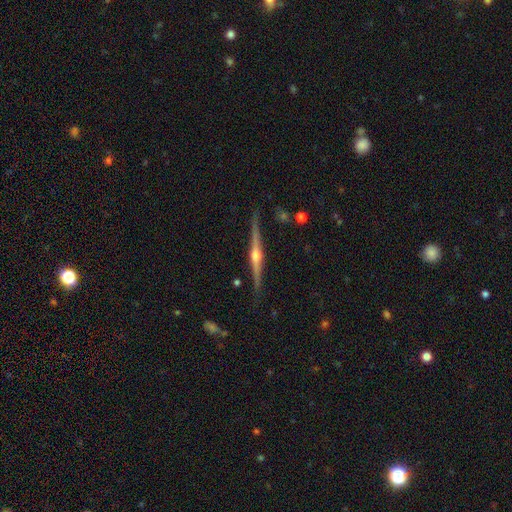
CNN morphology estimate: type=featured or disk (87%); edge-on=yes (98%); edge-on bulge=rounded (94%); merging=none (89%).